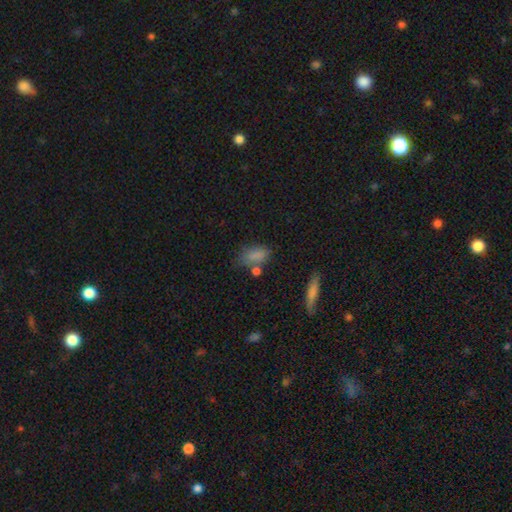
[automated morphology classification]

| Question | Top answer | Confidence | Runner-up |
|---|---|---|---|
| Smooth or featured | smooth | 80% | star or artifact (12%) |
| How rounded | in between | 85% | round (8%) |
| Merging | none | 56% | minor disturbance (21%) |